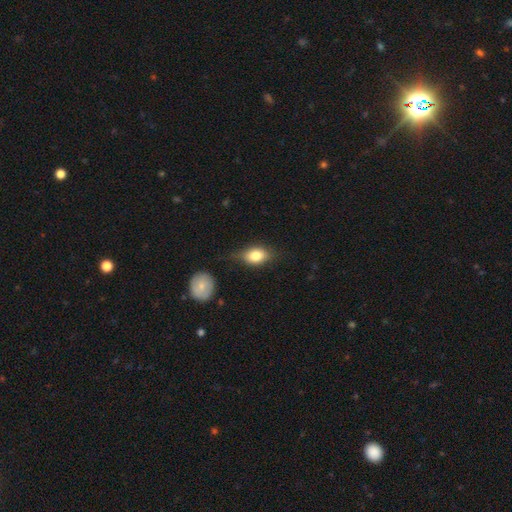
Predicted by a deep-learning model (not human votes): A smooth galaxy with no disk features (77%) that is in between round and cigar-shaped (78%). Merging: none (64%).